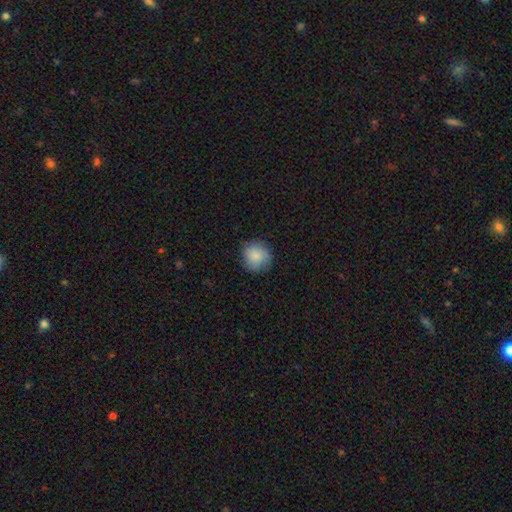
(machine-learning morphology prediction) type=smooth (85%); roundness=round (91%); merging=none (83%).